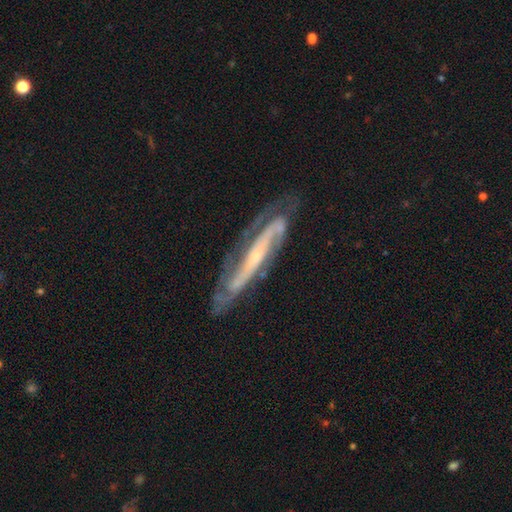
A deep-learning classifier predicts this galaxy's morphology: smooth_or_featured: featured or disk (p=0.87) [alt: smooth p=0.07]
disk_edge_on: no (p=0.72) [alt: yes p=0.28]
bar: no (p=0.37) [alt: strong p=0.35]
has_spiral_arms: yes (p=0.96) [alt: no p=0.04]
spiral_winding: medium (p=0.44) [alt: tight p=0.42]
spiral_arm_count: 2 (p=0.70) [alt: can't tell p=0.13]
bulge_size: small (p=0.71) [alt: moderate p=0.22]
merging: none (p=0.72) [alt: minor disturbance p=0.18]